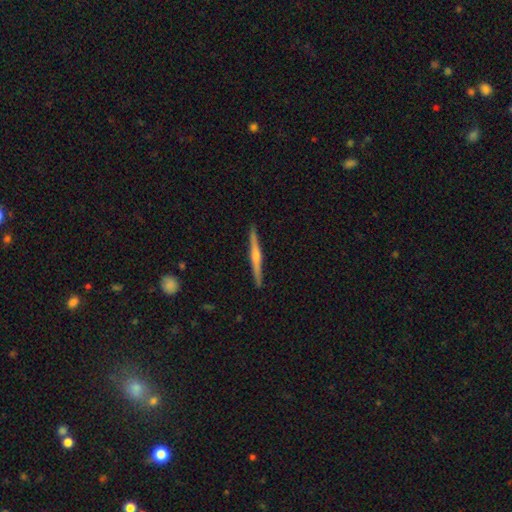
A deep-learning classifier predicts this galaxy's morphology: Smooth or featured? Predicted: featured or disk (p=0.75). Edge-on disk? Predicted: yes (p=0.98). Edge-on bulge? Predicted: rounded (p=0.80). Merging? Predicted: none (p=0.91).